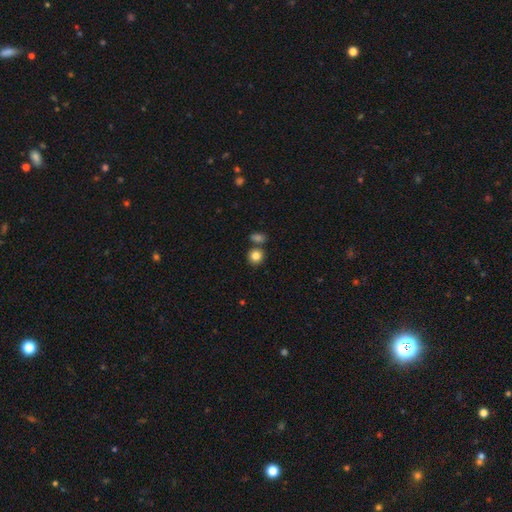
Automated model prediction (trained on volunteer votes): Smooth or featured?
  - smooth: 84% *
  - star or artifact: 10%
  - featured or disk: 6%
How rounded?
  - round: 84% *
  - in between: 15%
  - cigar-shaped: 1%
Merging?
  - none: 72% *
  - merger: 17%
  - minor disturbance: 9%
  - major disturbance: 3%